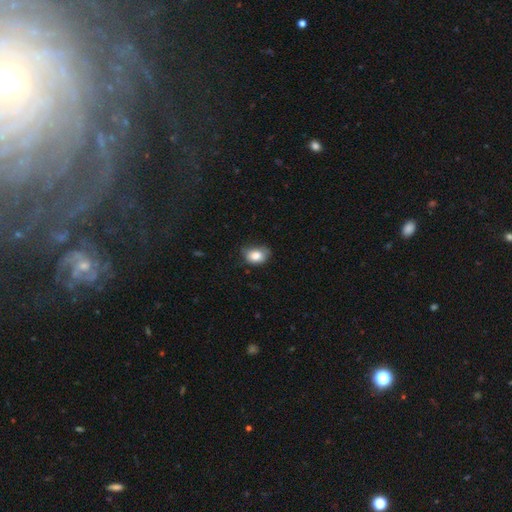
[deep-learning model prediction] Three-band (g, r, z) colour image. It shows a smooth galaxy with no disk features (81%) that is in between round and cigar-shaped (70%). Merging: none (52%).